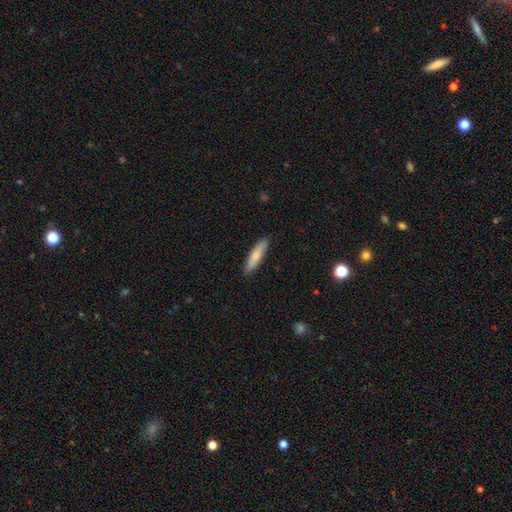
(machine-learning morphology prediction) A smooth galaxy with no disk features (77%) that is cigar-shaped (80%). Merging: none (89%).